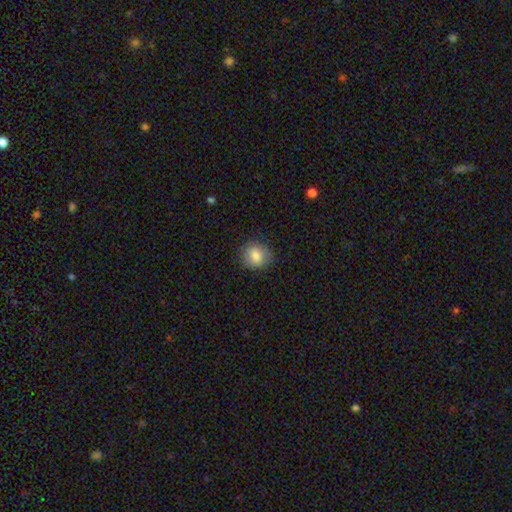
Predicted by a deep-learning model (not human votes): smooth_or_featured: smooth (p=0.80) [alt: featured or disk p=0.11]
how_rounded: round (p=0.79) [alt: in between p=0.20]
merging: none (p=0.84) [alt: minor disturbance p=0.12]